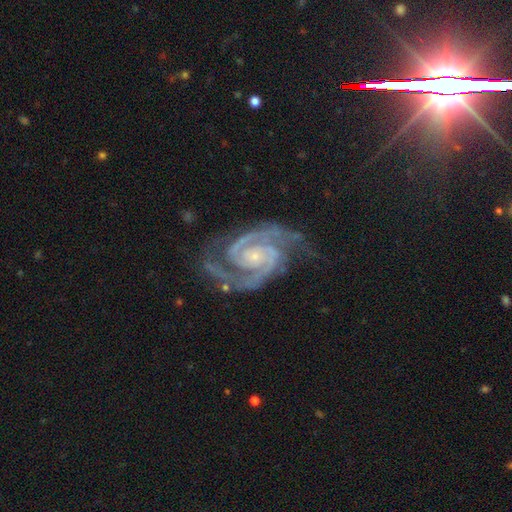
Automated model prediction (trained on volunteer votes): Morphology: type=featured or disk (94%); edge-on=no (98%); bar=no (64%); spiral arms=yes (99%); winding=tight (56%); arm count=2 (90%); bulge=small (77%); merging=none (73%).